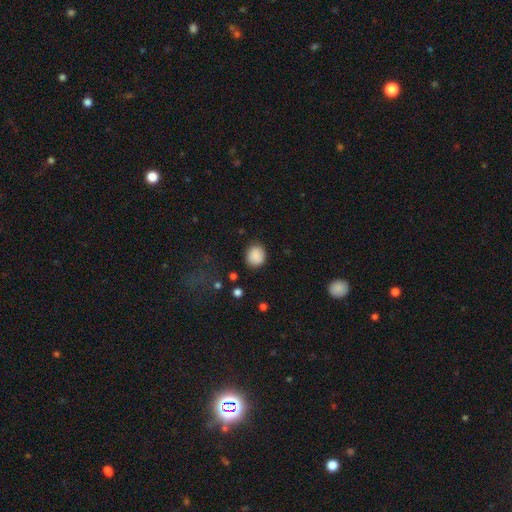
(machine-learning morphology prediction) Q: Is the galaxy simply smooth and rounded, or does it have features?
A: smooth — 86%.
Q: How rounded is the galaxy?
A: round — 76%.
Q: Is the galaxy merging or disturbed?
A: none — 83%.